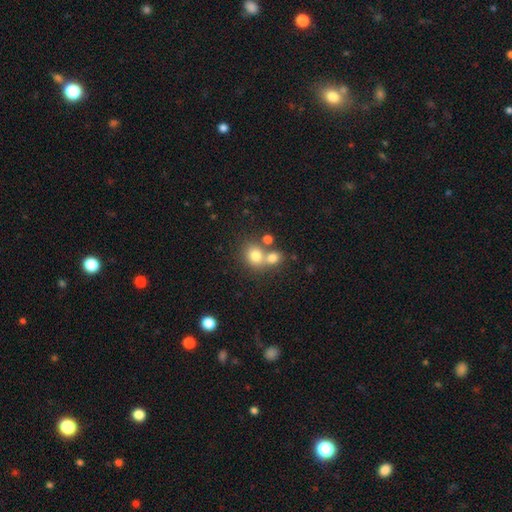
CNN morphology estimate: smooth 75%, star or artifact 13%, featured or disk 12%. Down the decision tree: how rounded — round (74%); merging — merger (45%).